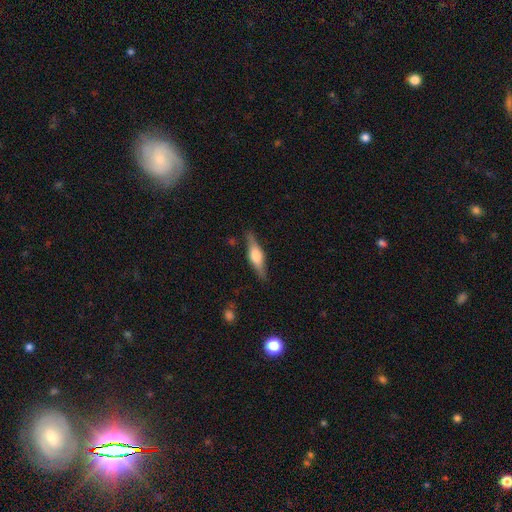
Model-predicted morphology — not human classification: This is likely a featured or disk galaxy (62%). It is clearly viewed edge-on (95%). Edge-on bulge: clearly rounded (85%). Merging: clearly none (84%).